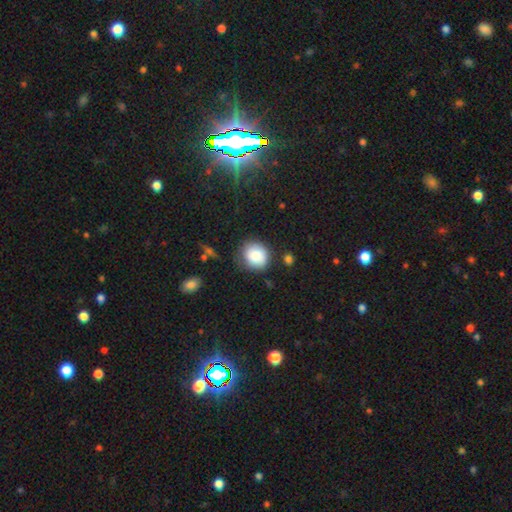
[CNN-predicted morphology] The model was most divided on "merging": none: 73%, minor disturbance: 19%, major disturbance: 5%, merger: 3%. More confident: smooth or featured — smooth (85%); how rounded — round (83%).